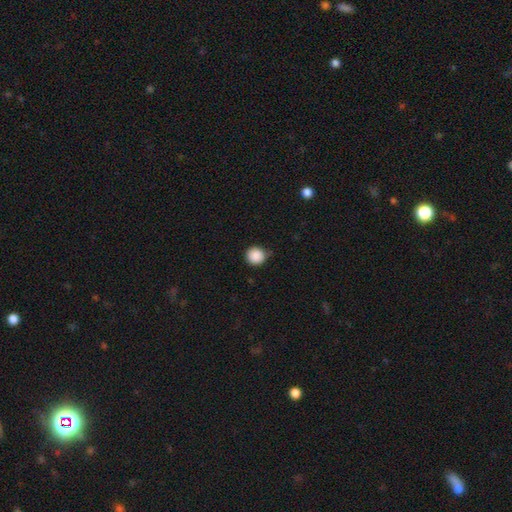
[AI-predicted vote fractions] Overall: smooth (88%). How rounded: round (94%). Merging: none (80%).